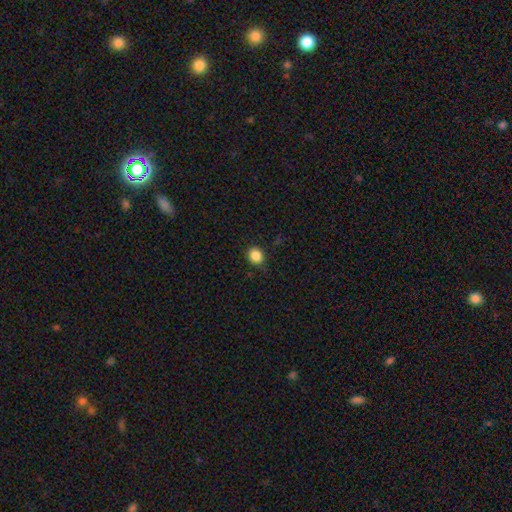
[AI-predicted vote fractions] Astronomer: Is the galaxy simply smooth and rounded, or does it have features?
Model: smooth — 86%.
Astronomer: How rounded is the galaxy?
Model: round — 73%.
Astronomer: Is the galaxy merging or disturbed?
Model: none — 84%.